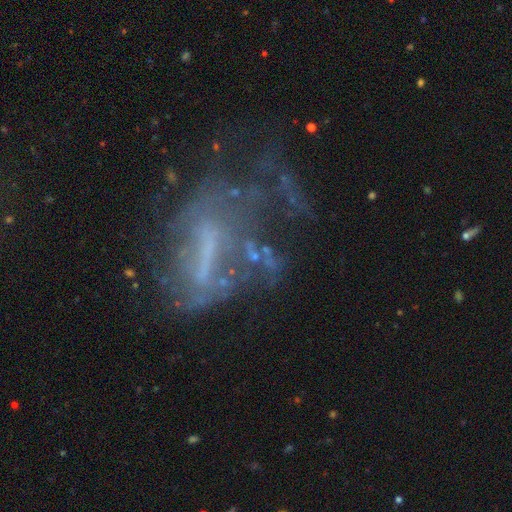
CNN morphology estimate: A featured or disk galaxy (63%) with a strong bar (47%), no spiral arms (54%) and no central bulge (51%). Merging: none (39%).